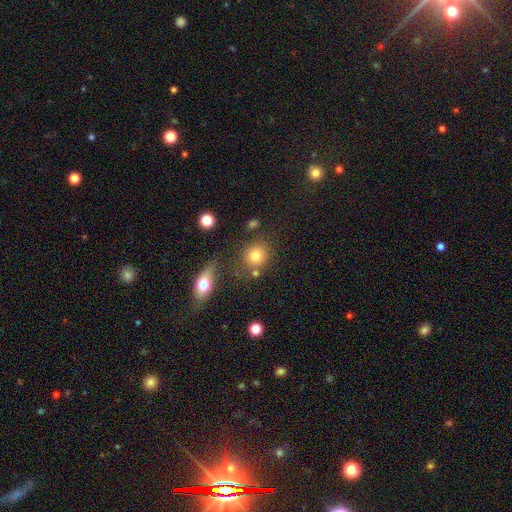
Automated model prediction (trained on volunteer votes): Smooth or featured? Predicted: smooth (p=0.77). How rounded? Predicted: round (p=0.82). Merging? Predicted: none (p=0.71).